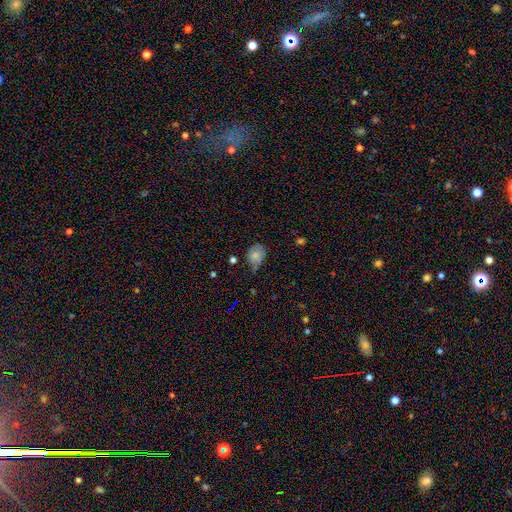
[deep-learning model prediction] smooth-or-featured: smooth: 68% | featured or disk: 21% | star or artifact: 11%
  how-rounded: in between: 54% | round: 44% | cigar-shaped: 1%
  merging: none: 52% | minor disturbance: 35% | major disturbance: 8% | merger: 4%